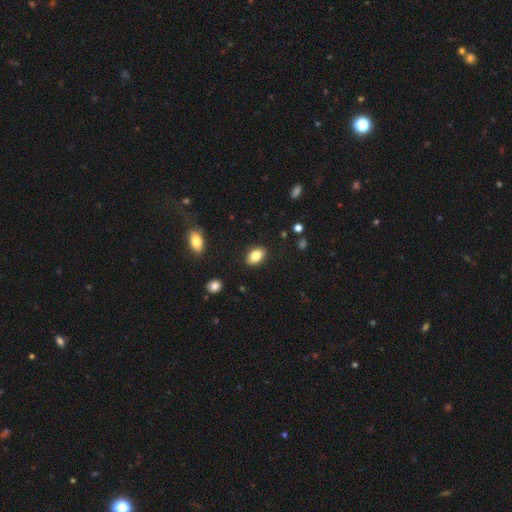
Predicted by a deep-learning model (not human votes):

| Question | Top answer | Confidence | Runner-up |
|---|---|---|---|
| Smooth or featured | smooth | 84% | featured or disk (8%) |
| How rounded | in between | 88% | round (10%) |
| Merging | none | 88% | minor disturbance (9%) |